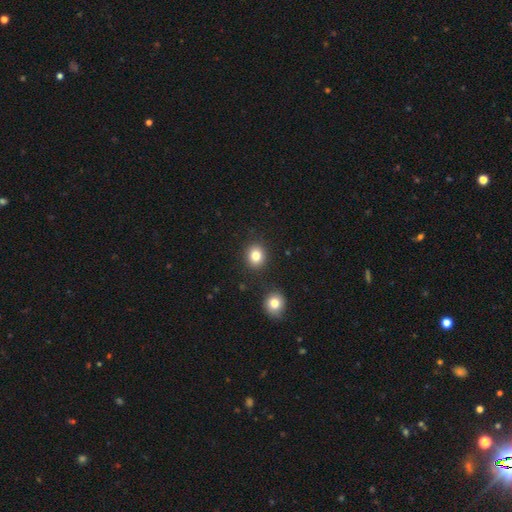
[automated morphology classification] smooth 82%, star or artifact 11%, featured or disk 7%. Down the decision tree: how rounded — round (72%); merging — none (86%).